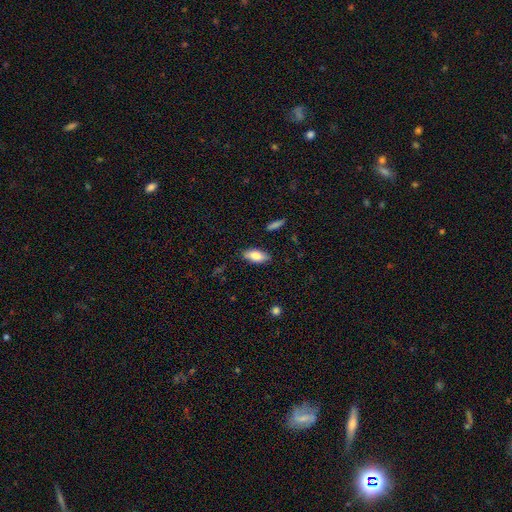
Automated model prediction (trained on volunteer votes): Morphology: type=smooth (79%); roundness=in between (86%); merging=none (85%).